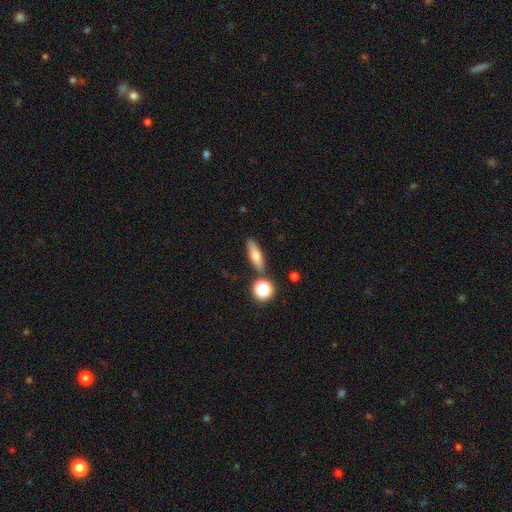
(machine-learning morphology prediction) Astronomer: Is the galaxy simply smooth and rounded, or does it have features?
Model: smooth — 70%.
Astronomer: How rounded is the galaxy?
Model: cigar-shaped — 48% (runner-up: in between, 45%).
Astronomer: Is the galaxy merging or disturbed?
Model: none — 79%.